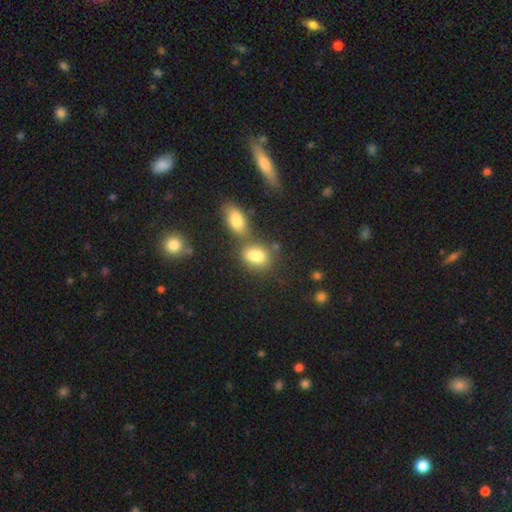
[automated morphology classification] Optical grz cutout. It shows a smooth galaxy with no disk features (81%) that is in between round and cigar-shaped (79%). Merging: none (48%).